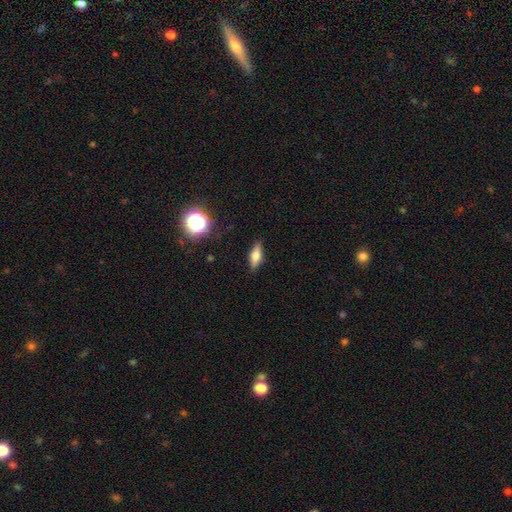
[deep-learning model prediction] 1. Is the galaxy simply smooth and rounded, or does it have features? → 54% smooth, 36% featured or disk, 10% star or artifact.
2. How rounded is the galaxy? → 54% in between, 41% cigar-shaped, 5% round.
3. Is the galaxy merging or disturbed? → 86% none, 10% minor disturbance, 3% major disturbance, 1% merger.